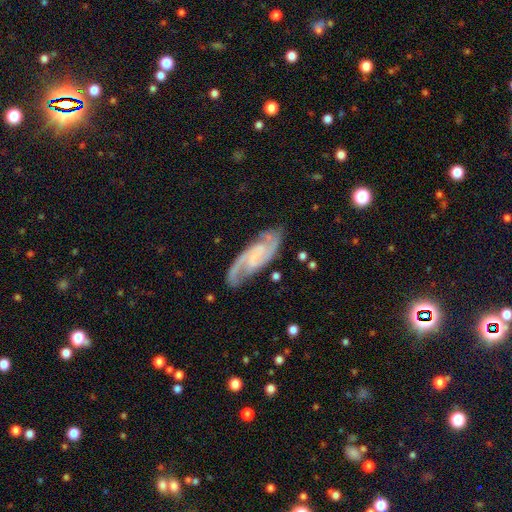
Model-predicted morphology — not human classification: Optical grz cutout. It shows a featured or disk galaxy (88%) with no bar (43%), 2 (87%) medium (51%) spiral arms (98%) and no central bulge (43%, tied with small). Merging: none (79%).